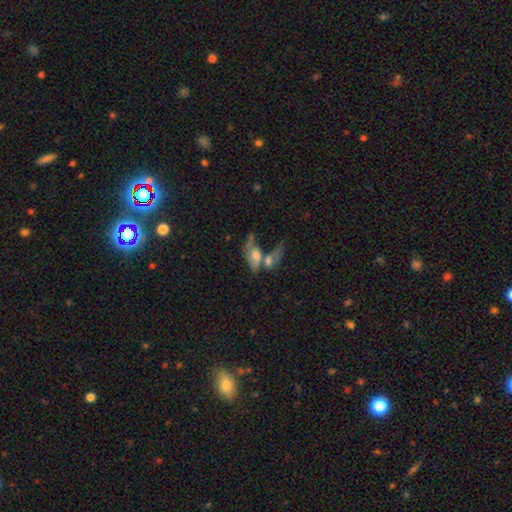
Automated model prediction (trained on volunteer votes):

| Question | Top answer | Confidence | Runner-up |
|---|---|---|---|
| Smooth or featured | smooth | 53% | featured or disk (37%) |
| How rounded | in between | 85% | round (9%) |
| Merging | merger | 56% | major disturbance (18%) |